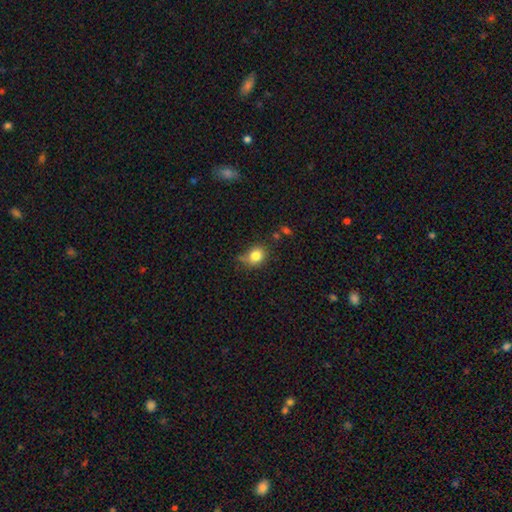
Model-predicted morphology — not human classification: type=smooth (81%); roundness=round (66%); merging=none (55%).